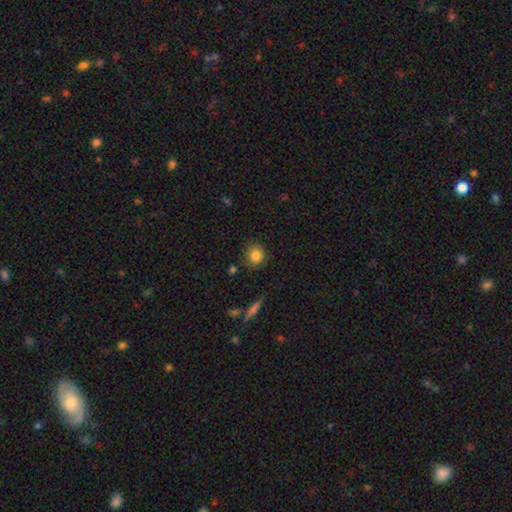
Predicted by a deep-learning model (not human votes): Smooth or featured? smooth (83%)
How rounded? round (85%)
Merging? none (81%)